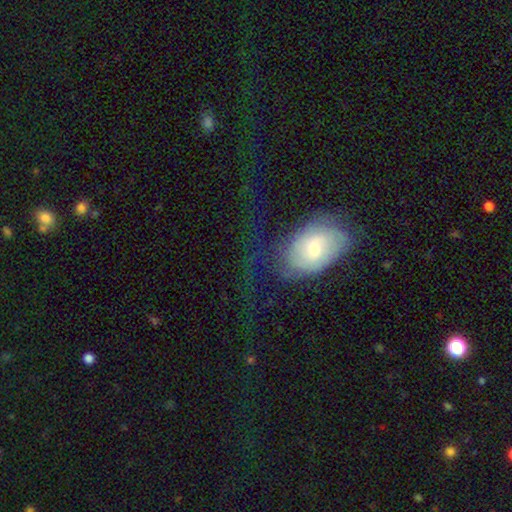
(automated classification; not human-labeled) smooth 52%, featured or disk 34%, star or artifact 14%. Down the decision tree: how rounded — in between (70%); merging — major disturbance (48%).